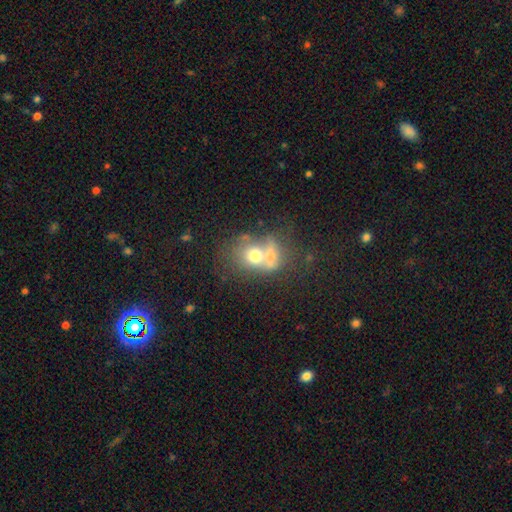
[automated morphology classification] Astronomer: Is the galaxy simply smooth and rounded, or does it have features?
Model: smooth — 61%.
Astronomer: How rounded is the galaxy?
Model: round — 51% (runner-up: in between, 48%).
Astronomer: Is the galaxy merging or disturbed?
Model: merger — 52%.